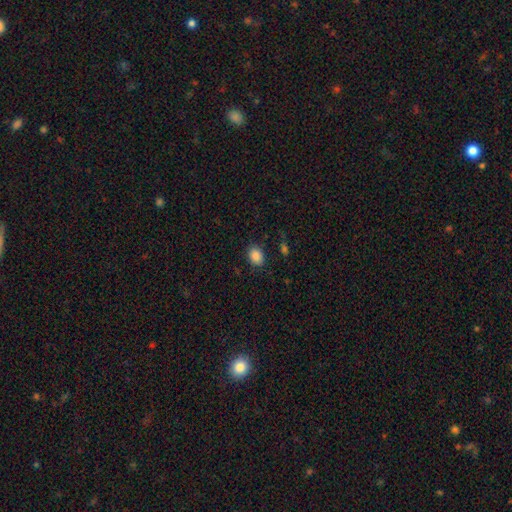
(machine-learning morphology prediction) This appears to be a smooth galaxy with no disk features (87%) that is in between round and cigar-shaped (68%). Merging: none (84%).